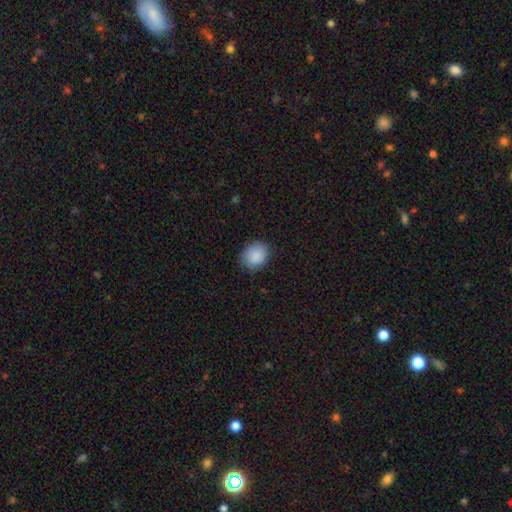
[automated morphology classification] smooth 89%, star or artifact 7%, featured or disk 4%. Down the decision tree: how rounded — round (60%); merging — none (82%).